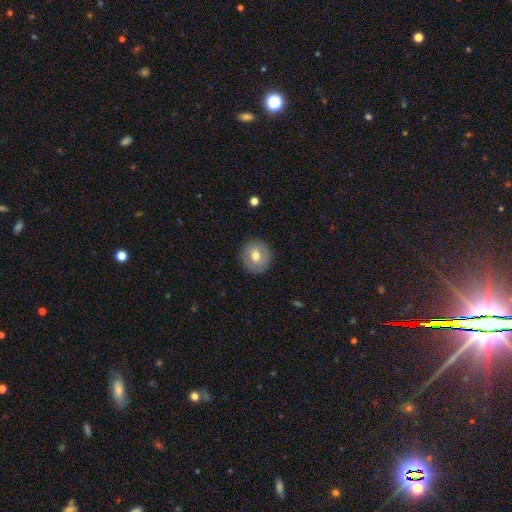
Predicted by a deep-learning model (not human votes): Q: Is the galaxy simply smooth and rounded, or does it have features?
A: smooth — 58%.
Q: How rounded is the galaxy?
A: round — 91%.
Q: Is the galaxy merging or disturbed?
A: none — 87%.